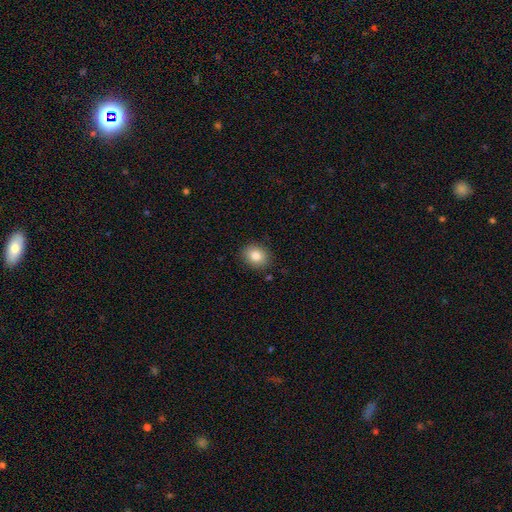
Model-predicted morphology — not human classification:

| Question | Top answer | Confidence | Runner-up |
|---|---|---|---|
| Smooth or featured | smooth | 84% | star or artifact (9%) |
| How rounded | round | 57% | in between (43%) |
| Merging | none | 89% | minor disturbance (8%) |